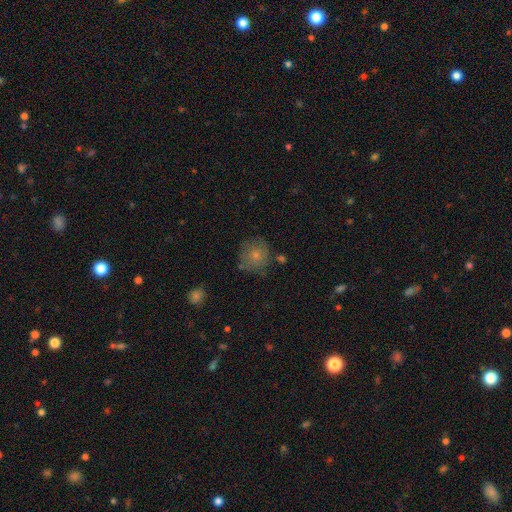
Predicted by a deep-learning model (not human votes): This is likely a smooth galaxy (75%). How rounded: clearly round (89%). Merging: likely none (70%).